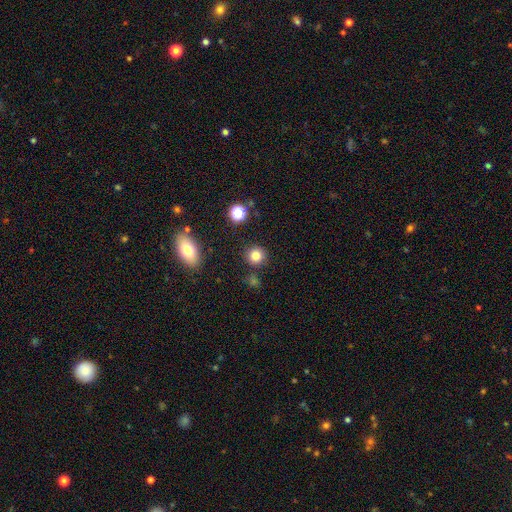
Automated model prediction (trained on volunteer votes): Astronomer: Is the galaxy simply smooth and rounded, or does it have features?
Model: smooth — 81%.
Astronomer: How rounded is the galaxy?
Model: round — 91%.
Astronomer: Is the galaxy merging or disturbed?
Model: none — 86%.